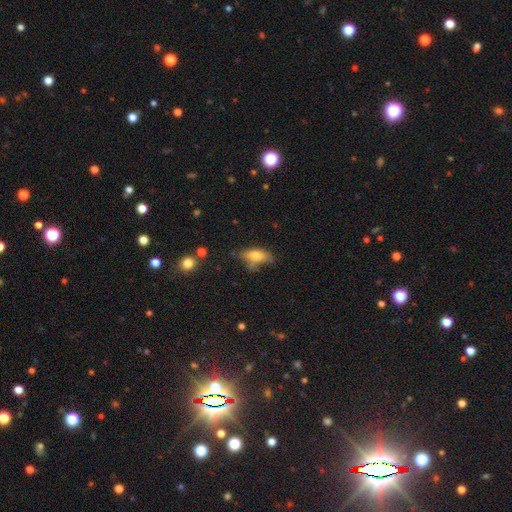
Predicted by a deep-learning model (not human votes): Morphology: type=smooth (71%); roundness=in between (80%); merging=none (50%).